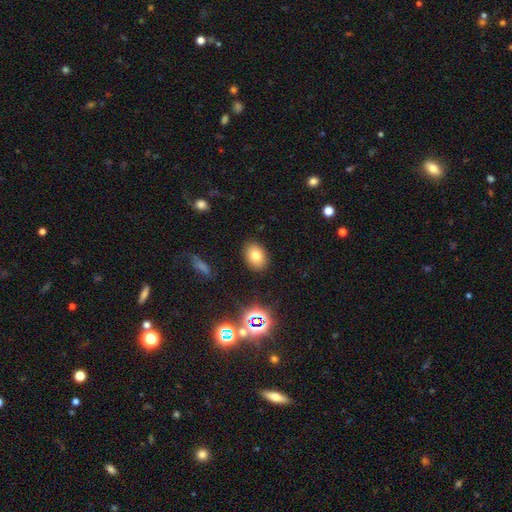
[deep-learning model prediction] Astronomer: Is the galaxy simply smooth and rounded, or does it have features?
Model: smooth — 75%.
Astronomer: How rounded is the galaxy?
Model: in between — 68%.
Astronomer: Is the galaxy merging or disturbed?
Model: none — 88%.